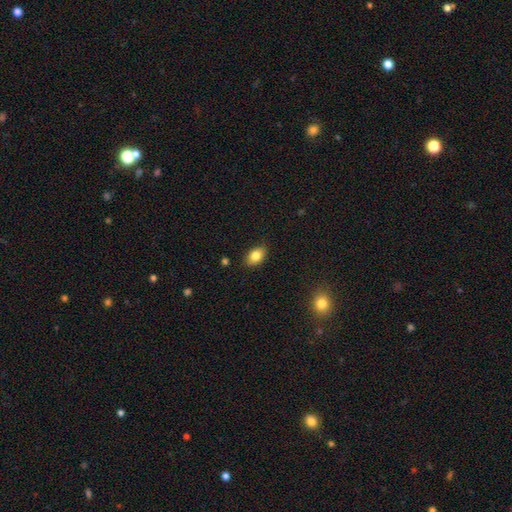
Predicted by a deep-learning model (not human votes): smooth_or_featured: smooth (p=0.83) [alt: featured or disk p=0.09]
how_rounded: in between (p=0.86) [alt: round p=0.13]
merging: none (p=0.86) [alt: minor disturbance p=0.10]